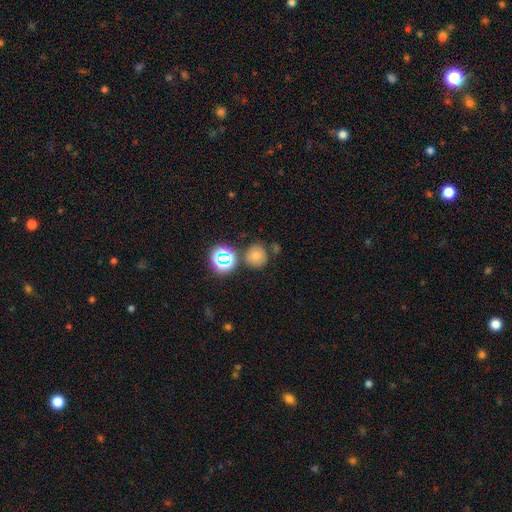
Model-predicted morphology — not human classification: This appears to be a smooth galaxy with no disk features (71%) that is round (90%). Merging: none (73%).